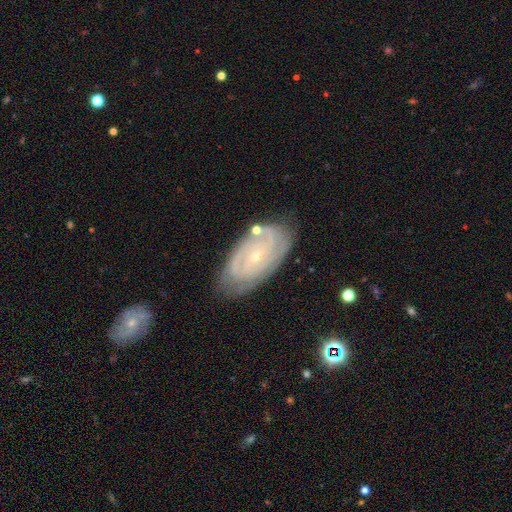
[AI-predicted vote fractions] smooth_or_featured: featured or disk (p=0.82) [alt: smooth p=0.12]
disk_edge_on: no (p=0.95) [alt: yes p=0.05]
bar: no (p=0.69) [alt: weak p=0.25]
has_spiral_arms: yes (p=0.92) [alt: no p=0.08]
spiral_winding: tight (p=0.71) [alt: medium p=0.23]
spiral_arm_count: 2 (p=0.38) [alt: can't tell p=0.32]
bulge_size: small (p=0.78) [alt: moderate p=0.19]
merging: none (p=0.74) [alt: minor disturbance p=0.18]